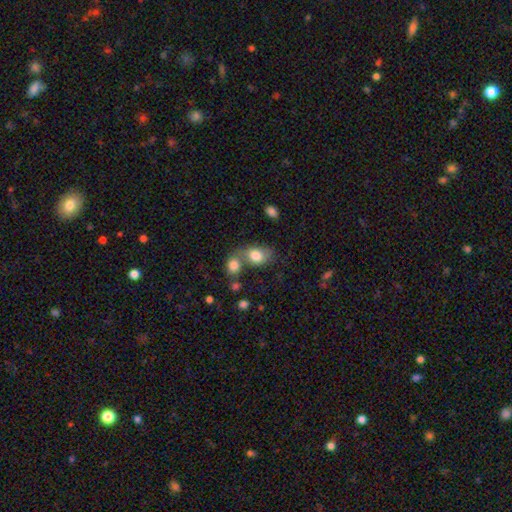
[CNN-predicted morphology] A smooth galaxy with no disk features (80%) that is in between round and cigar-shaped (68%). Merging: merger (47%).